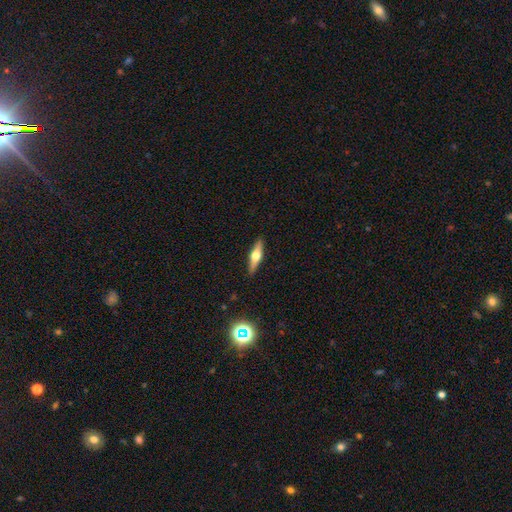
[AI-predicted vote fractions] A featured or disk galaxy (56%) viewed edge-on (94%) with a rounded central bulge (94%).

Vote fractions:
- Smooth or featured? featured or disk: 56% / smooth: 37% / star or artifact: 7%
- Edge-on disk? yes: 94% / no: 6%
- Edge-on bulge? rounded: 94% / boxy: 4% / none: 2%
- Merging? none: 90% / minor disturbance: 7% / major disturbance: 2% / merger: 1%